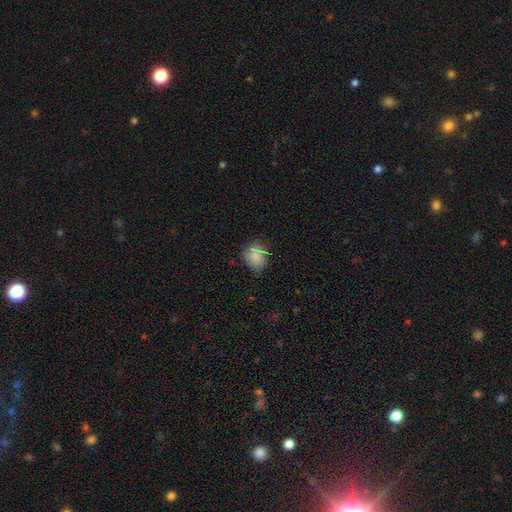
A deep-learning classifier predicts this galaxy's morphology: Overall: smooth (80%). How rounded: round (57%; in between 41%). Merging: none (69%).